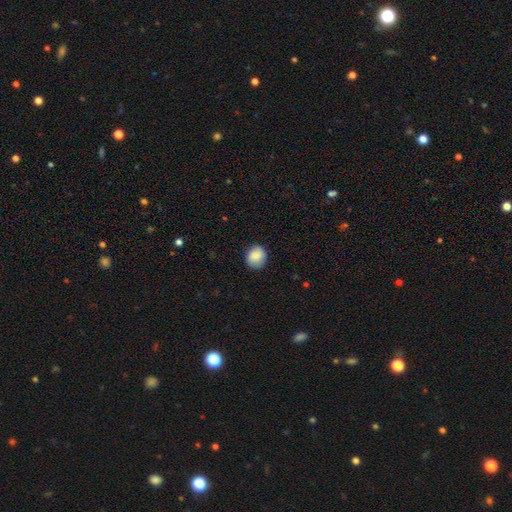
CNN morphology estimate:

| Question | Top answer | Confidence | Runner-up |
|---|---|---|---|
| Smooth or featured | smooth | 87% | star or artifact (7%) |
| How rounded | round | 80% | in between (19%) |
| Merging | none | 86% | minor disturbance (11%) |